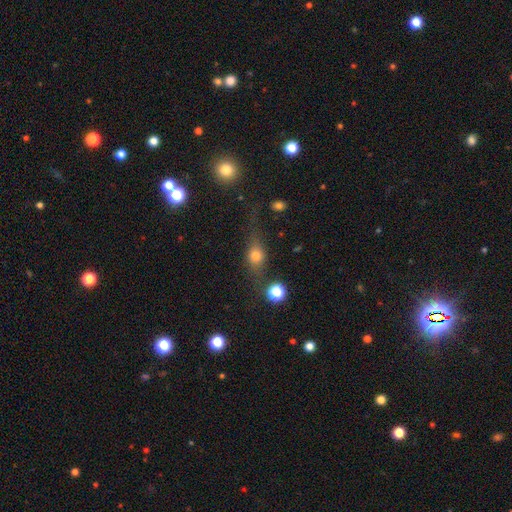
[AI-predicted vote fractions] Morphology: type=smooth (60%); roundness=in between (46%); merging=none (53%).